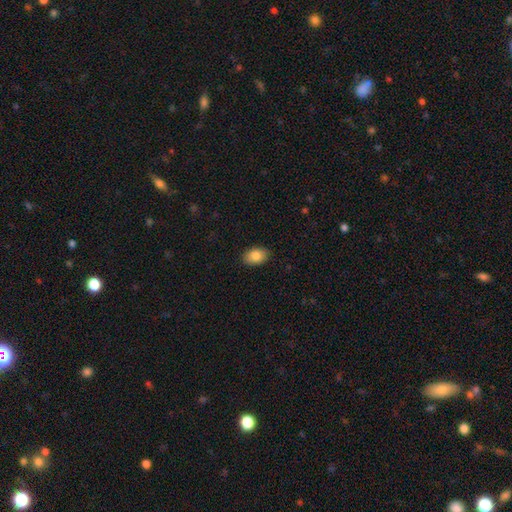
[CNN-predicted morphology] The model was most divided on "how rounded": in between: 87%, round: 12%, cigar-shaped: 1%. More confident: merging — none (89%); smooth or featured — smooth (84%).